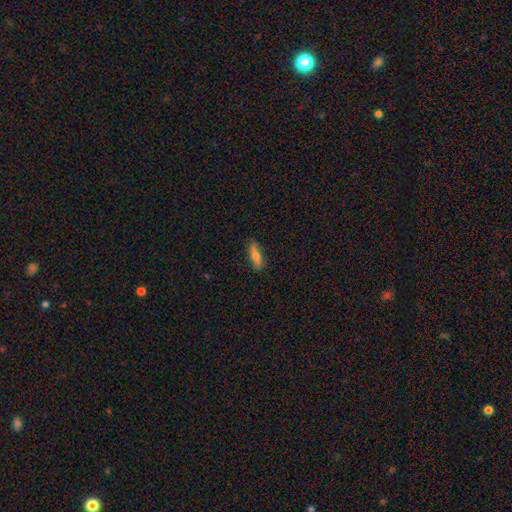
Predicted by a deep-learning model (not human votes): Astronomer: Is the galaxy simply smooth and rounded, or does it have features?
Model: smooth — 69%.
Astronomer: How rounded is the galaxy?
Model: cigar-shaped — 54% (runner-up: in between, 43%).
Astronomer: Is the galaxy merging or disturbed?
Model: none — 86%.